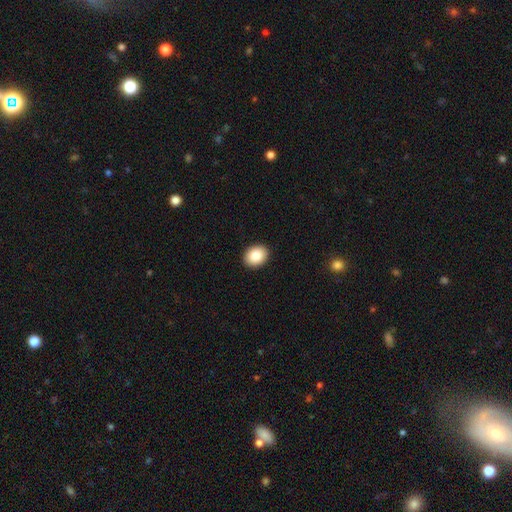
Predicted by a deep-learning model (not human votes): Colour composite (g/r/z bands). It shows a smooth galaxy with no disk features (86%) that is in between round and cigar-shaped (61%). Merging: none (92%).